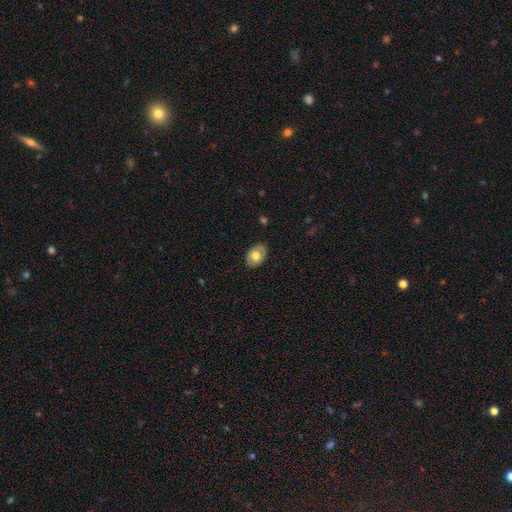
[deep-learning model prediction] smooth-or-featured: smooth: 66% | featured or disk: 28% | star or artifact: 6%
  how-rounded: in between: 79% | round: 20% | cigar-shaped: 1%
  merging: none: 84% | minor disturbance: 13% | major disturbance: 2% | merger: 1%